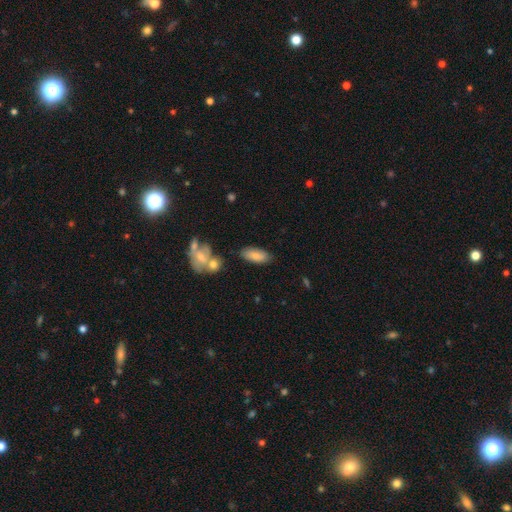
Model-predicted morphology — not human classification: The model was most divided on "merging": none: 78%, minor disturbance: 13%, merger: 6%, major disturbance: 3%. More confident: how rounded — in between (84%); smooth or featured — smooth (83%).